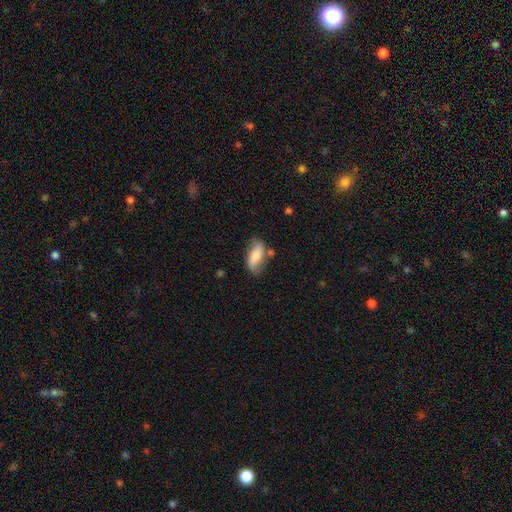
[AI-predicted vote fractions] A smooth galaxy with no disk features (52%) that is in between round and cigar-shaped (85%).

Vote fractions:
- Smooth or featured? smooth: 52% / featured or disk: 40% / star or artifact: 7%
- How rounded? in between: 85% / cigar-shaped: 10% / round: 4%
- Merging? none: 65% / minor disturbance: 22% / major disturbance: 7% / merger: 6%